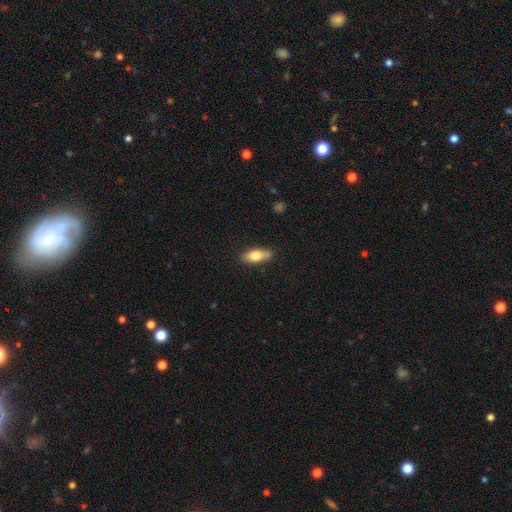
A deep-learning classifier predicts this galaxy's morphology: This appears to be a smooth galaxy with no disk features (75%) that is in between round and cigar-shaped (77%). Merging: none (81%).